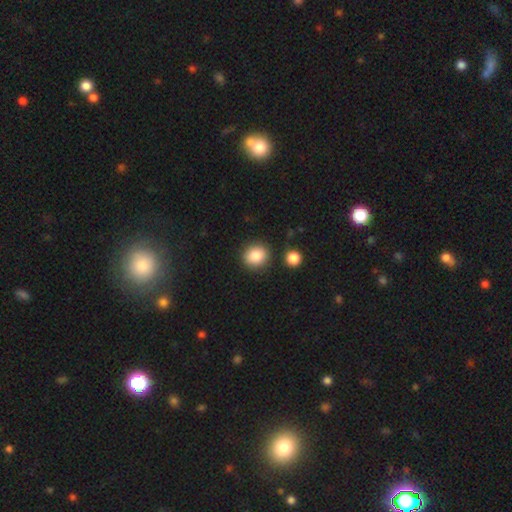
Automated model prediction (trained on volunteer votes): A smooth galaxy with no disk features (86%) that is round (80%).

Vote fractions:
- Smooth or featured? smooth: 86% / star or artifact: 9% / featured or disk: 5%
- How rounded? round: 80% / in between: 19% / cigar-shaped: 1%
- Merging? none: 86% / minor disturbance: 7% / merger: 4% / major disturbance: 2%